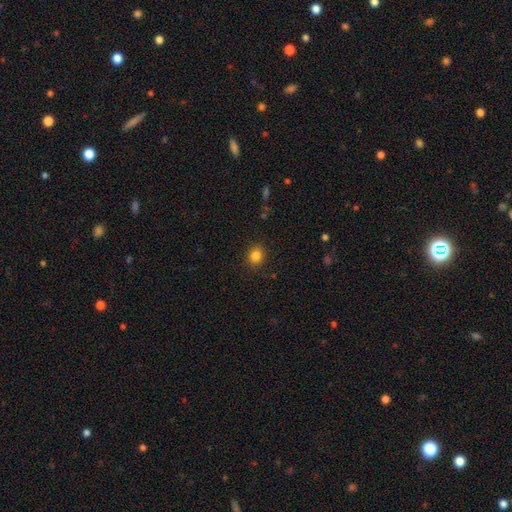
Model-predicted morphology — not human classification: Q: Smooth or featured?
A: smooth (84%); runner-up: star or artifact (11%)
Q: How rounded?
A: round (70%); runner-up: in between (29%)
Q: Merging?
A: none (89%); runner-up: minor disturbance (7%)